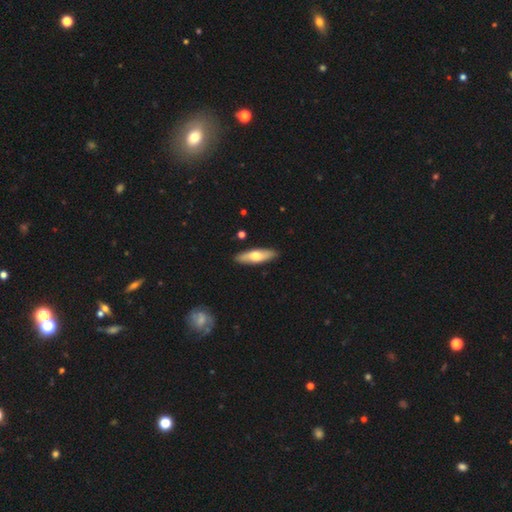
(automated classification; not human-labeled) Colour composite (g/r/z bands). It shows a smooth galaxy with no disk features (59%) that is cigar-shaped (54%). Merging: none (89%).